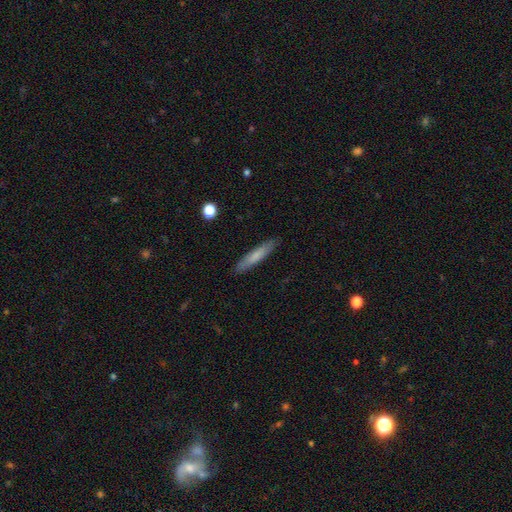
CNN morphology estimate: Q: Smooth or featured?
A: smooth (72%); runner-up: featured or disk (22%)
Q: How rounded?
A: cigar-shaped (92%); runner-up: in between (7%)
Q: Merging?
A: none (90%); runner-up: minor disturbance (7%)